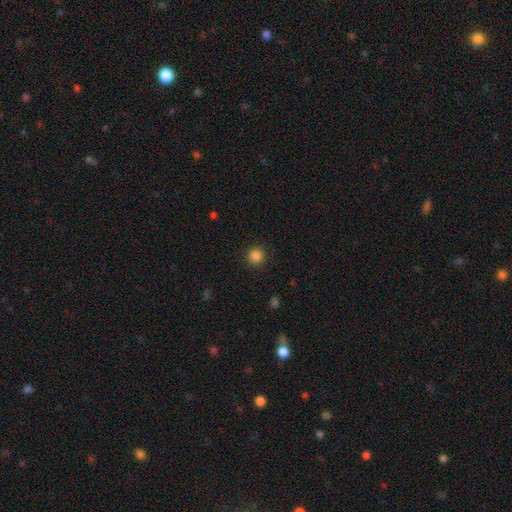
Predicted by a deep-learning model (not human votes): A smooth galaxy with no disk features (86%) that is round (94%).

Vote fractions:
- Smooth or featured? smooth: 86% / star or artifact: 11% / featured or disk: 3%
- How rounded? round: 94% / in between: 5% / cigar-shaped: 1%
- Merging? none: 91% / minor disturbance: 6% / major disturbance: 2% / merger: 1%